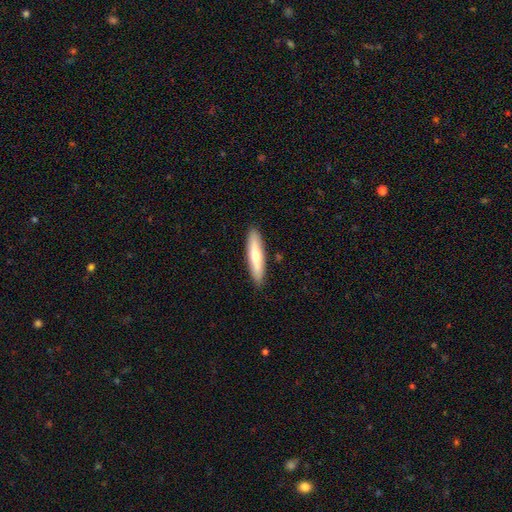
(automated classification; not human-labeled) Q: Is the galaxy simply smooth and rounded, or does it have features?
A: smooth — 61%.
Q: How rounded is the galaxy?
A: cigar-shaped — 78%.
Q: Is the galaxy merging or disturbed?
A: none — 89%.